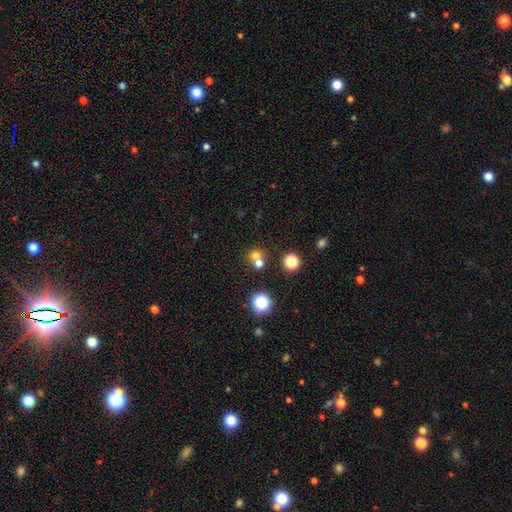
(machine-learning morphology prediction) Smooth or featured? smooth (66%)
How rounded? round (84%)
Merging? merger (46%, tied with none)